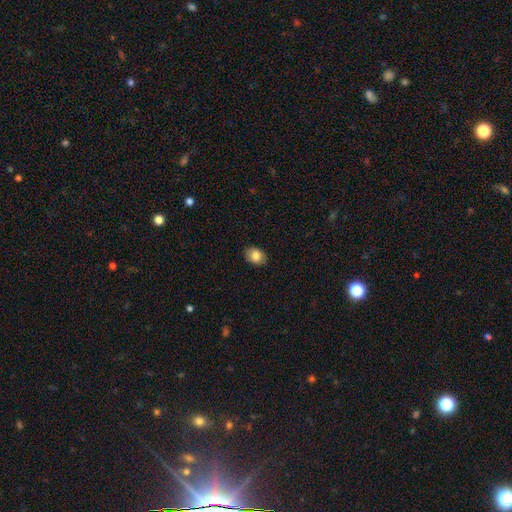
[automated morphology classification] This is clearly a smooth galaxy (84%). How rounded: likely in between (69%). Merging: clearly none (86%).